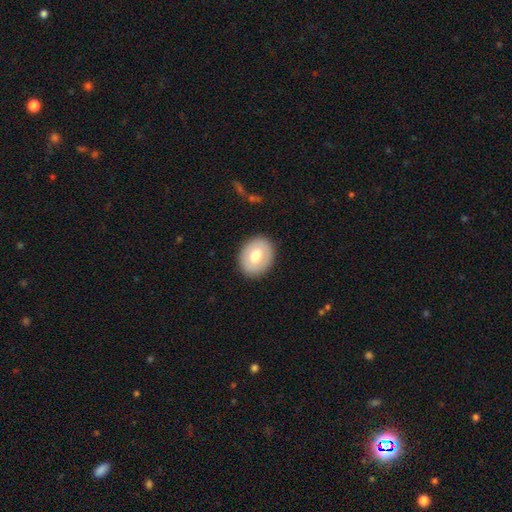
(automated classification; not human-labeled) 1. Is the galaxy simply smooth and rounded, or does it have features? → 63% smooth, 30% featured or disk, 6% star or artifact.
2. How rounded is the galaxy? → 50% round, 49% in between, 1% cigar-shaped.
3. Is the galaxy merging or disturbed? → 88% none, 8% minor disturbance, 3% major disturbance, 1% merger.